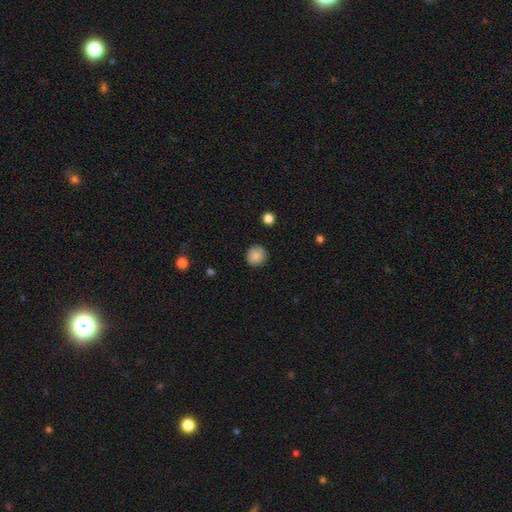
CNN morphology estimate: This appears to be a smooth galaxy with no disk features (86%) that is round (89%). Merging: none (88%).